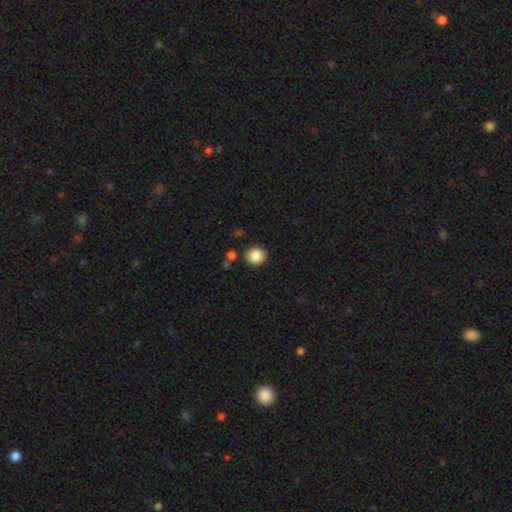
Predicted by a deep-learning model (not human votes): Smooth or featured?
  - smooth: 87% *
  - star or artifact: 9%
  - featured or disk: 4%
How rounded?
  - round: 87% *
  - in between: 12%
  - cigar-shaped: 1%
Merging?
  - none: 87% *
  - minor disturbance: 7%
  - merger: 4%
  - major disturbance: 2%